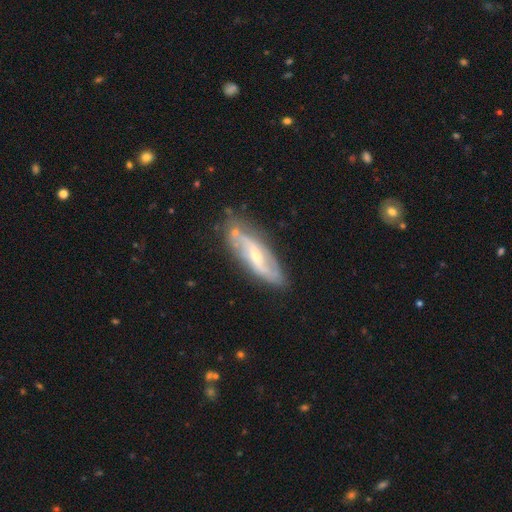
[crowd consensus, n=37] smooth-or-featured: featured or disk: 78% | smooth: 11% | star or artifact: 11%
  disk-edge-on: no: 83% | yes: 17%
    bar: no: 42% | weak: 33% | strong: 25%
    has-spiral-arms: yes: 79% | no: 21%
      spiral-winding: loose: 68% | tight: 16% | medium: 16%
      spiral-arm-count: 2: 89% | 1: 5% | can't tell: 5% | 3: 0% | 4: 0% | more than 4: 0%
    bulge-size: small: 62% | moderate: 29% | large: 4% | none: 4% | dominant: 0%
  merging: none: 85% | minor disturbance: 9% | major disturbance: 3% | merger: 3%